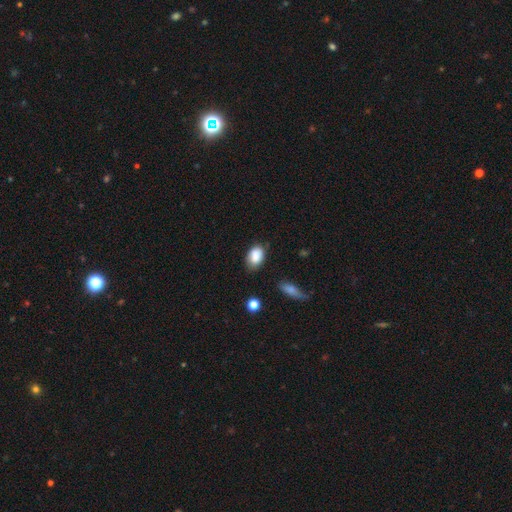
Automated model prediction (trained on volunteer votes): Morphology: type=smooth (87%); roundness=in between (86%); merging=none (71%).